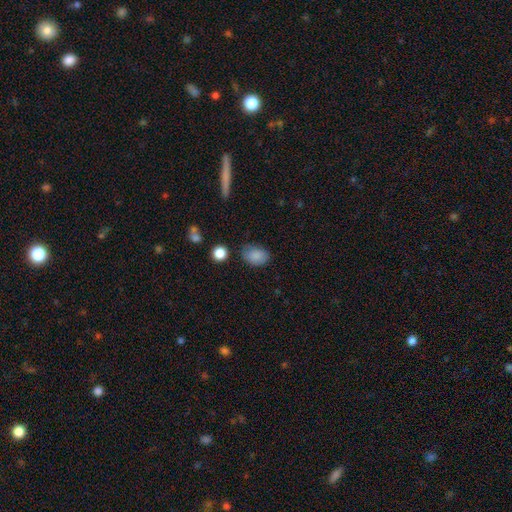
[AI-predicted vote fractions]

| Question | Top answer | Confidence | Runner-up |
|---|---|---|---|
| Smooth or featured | smooth | 86% | star or artifact (9%) |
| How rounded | in between | 79% | round (20%) |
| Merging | none | 72% | minor disturbance (20%) |